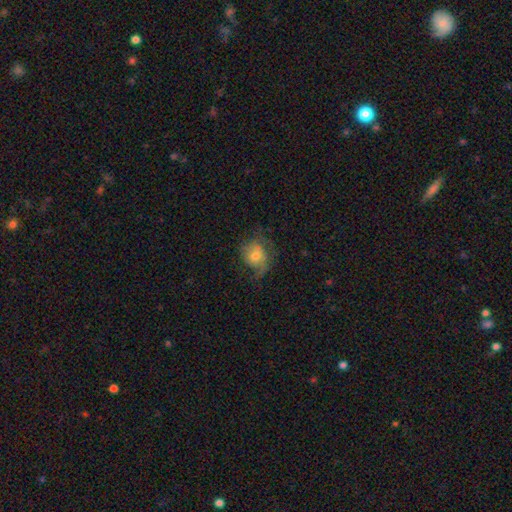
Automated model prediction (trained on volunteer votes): smooth-or-featured: smooth: 56% | featured or disk: 35% | star or artifact: 9%
  how-rounded: round: 54% | in between: 45% | cigar-shaped: 1%
  merging: none: 47% | minor disturbance: 28% | major disturbance: 24% | merger: 1%